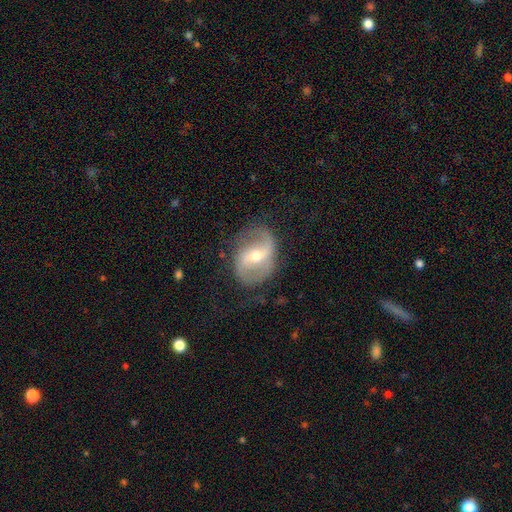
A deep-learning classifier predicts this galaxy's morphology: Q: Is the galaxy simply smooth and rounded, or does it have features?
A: featured or disk — 84%.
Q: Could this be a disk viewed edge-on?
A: no — 97%.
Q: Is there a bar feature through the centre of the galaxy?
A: weak — 44%.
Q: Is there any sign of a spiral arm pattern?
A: yes — 93%.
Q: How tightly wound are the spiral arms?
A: loose — 46%.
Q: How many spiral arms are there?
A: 2 — 89%.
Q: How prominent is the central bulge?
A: moderate — 57%.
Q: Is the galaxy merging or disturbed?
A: none — 76%.